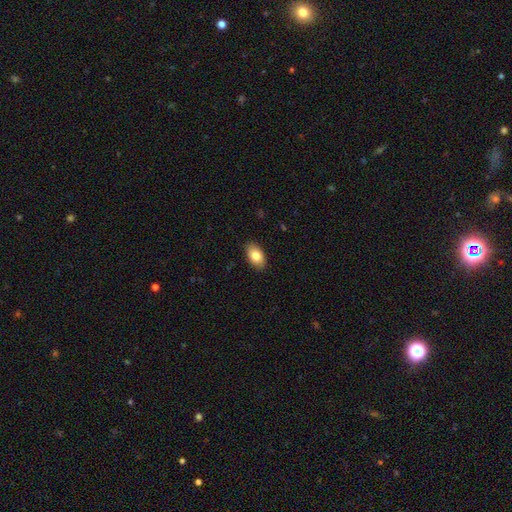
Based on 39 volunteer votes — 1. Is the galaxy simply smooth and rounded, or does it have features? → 82% smooth, 10% featured or disk, 8% star or artifact.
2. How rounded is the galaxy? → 100% in between, 0% round, 0% cigar-shaped.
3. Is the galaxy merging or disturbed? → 89% none, 8% minor disturbance, 3% major disturbance, 0% merger.